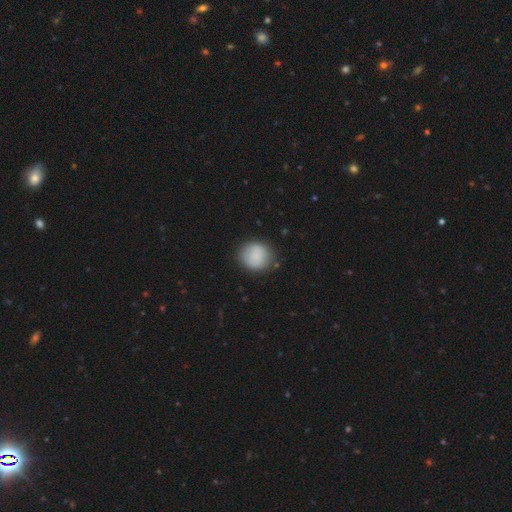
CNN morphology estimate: A smooth galaxy with no disk features (84%) that is round (87%).

Vote fractions:
- Smooth or featured? smooth: 84% / featured or disk: 9% / star or artifact: 7%
- How rounded? round: 87% / in between: 12% / cigar-shaped: 1%
- Merging? none: 82% / minor disturbance: 13% / major disturbance: 4% / merger: 2%